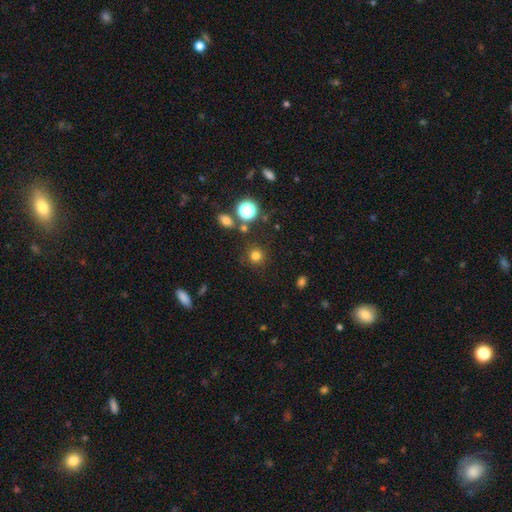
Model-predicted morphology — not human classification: Smooth or featured?
  - smooth: 76% *
  - star or artifact: 18%
  - featured or disk: 6%
How rounded?
  - round: 92% *
  - in between: 7%
  - cigar-shaped: 1%
Merging?
  - none: 86% *
  - minor disturbance: 7%
  - merger: 4%
  - major disturbance: 3%